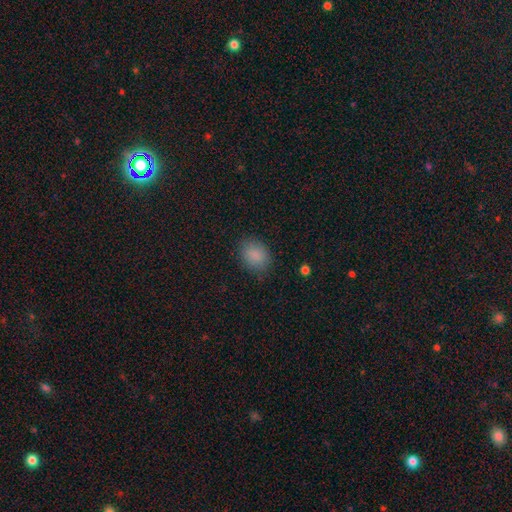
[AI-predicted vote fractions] smooth_or_featured: smooth (p=0.86) [alt: star or artifact p=0.09]
how_rounded: in between (p=0.59) [alt: round p=0.40]
merging: none (p=0.81) [alt: minor disturbance p=0.14]